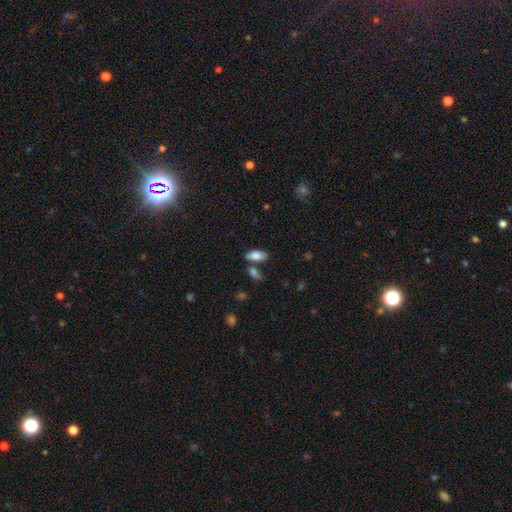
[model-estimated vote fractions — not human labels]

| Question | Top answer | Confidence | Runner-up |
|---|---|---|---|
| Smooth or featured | smooth | 79% | featured or disk (15%) |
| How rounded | in between | 86% | cigar-shaped (12%) |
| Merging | none | 68% | merger (16%) |